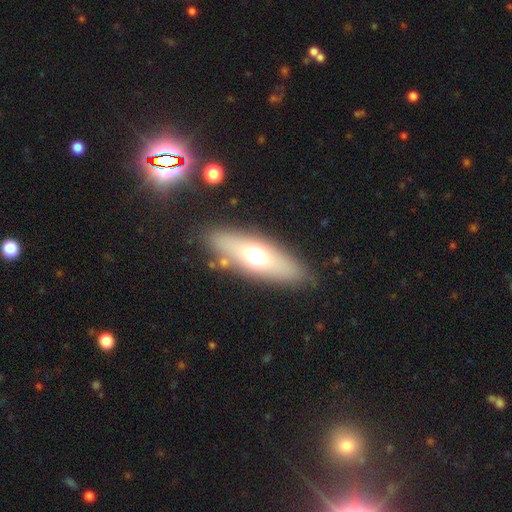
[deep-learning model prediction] The model was most divided on "how rounded": in between: 54%, cigar-shaped: 42%, round: 5%. More confident: merging — none (84%); smooth or featured — smooth (56%).